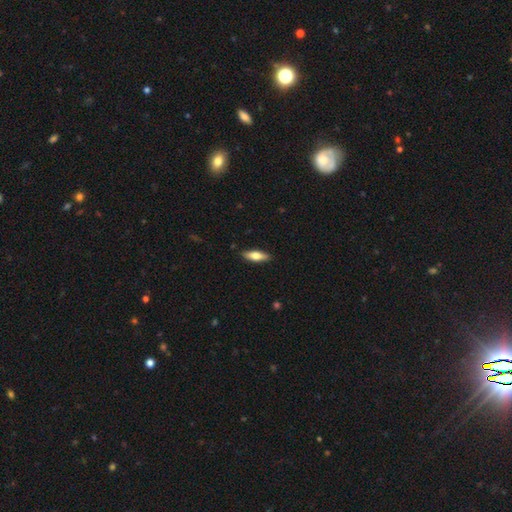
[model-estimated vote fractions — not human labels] smooth 65%, featured or disk 29%, star or artifact 6%. Down the decision tree: how rounded — in between (54%); merging — none (89%).